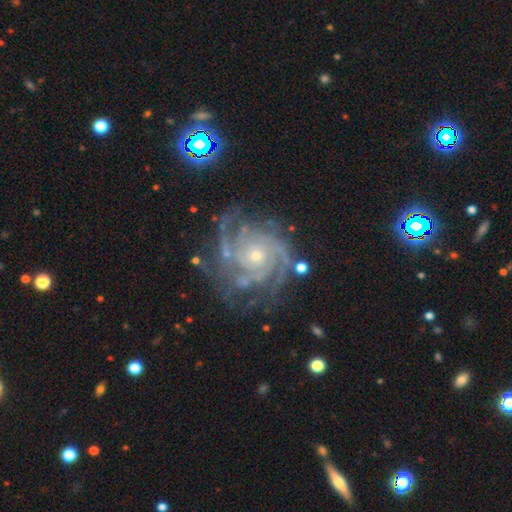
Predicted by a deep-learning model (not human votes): This appears to be a featured or disk galaxy (91%) with no bar (79%), 4 (28%) tight (71%) spiral arms (98%) and a small central bulge (72%). Merging: none (69%).